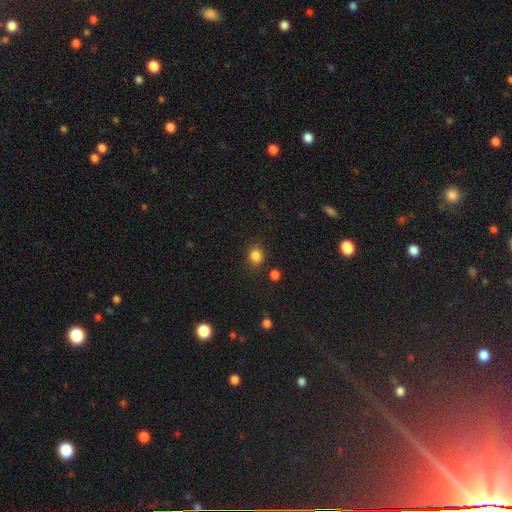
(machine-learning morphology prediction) Q: Smooth or featured?
A: smooth (84%); runner-up: star or artifact (12%)
Q: How rounded?
A: round (74%); runner-up: in between (26%)
Q: Merging?
A: none (82%); runner-up: minor disturbance (11%)